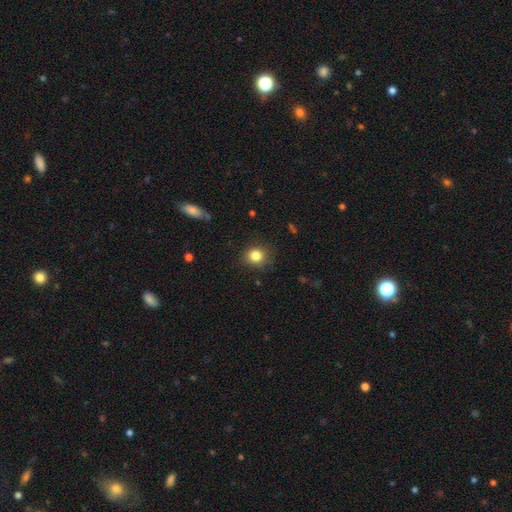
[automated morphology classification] Smooth or featured?
  - smooth: 83% *
  - star or artifact: 11%
  - featured or disk: 6%
How rounded?
  - round: 84% *
  - in between: 15%
  - cigar-shaped: 1%
Merging?
  - none: 84% *
  - minor disturbance: 12%
  - major disturbance: 3%
  - merger: 1%